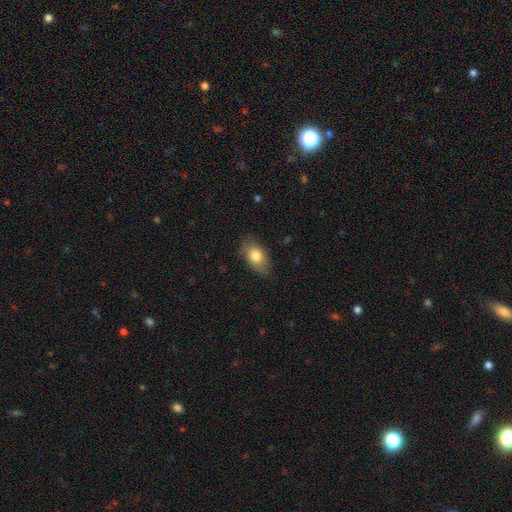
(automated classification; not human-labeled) A smooth galaxy with no disk features (78%) that is in between round and cigar-shaped (88%).

Vote fractions:
- Smooth or featured? smooth: 78% / featured or disk: 14% / star or artifact: 8%
- How rounded? in between: 88% / round: 10% / cigar-shaped: 2%
- Merging? none: 78% / minor disturbance: 17% / major disturbance: 4% / merger: 1%